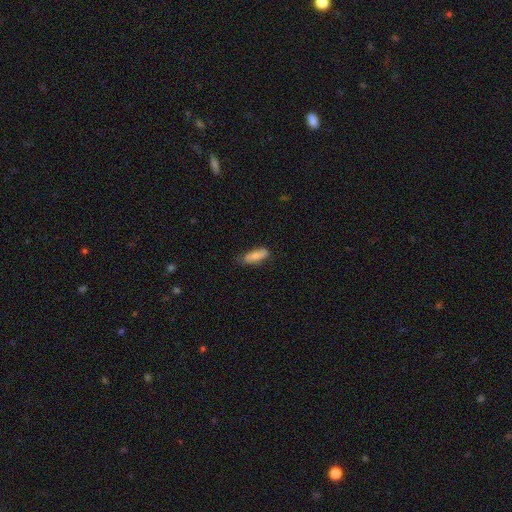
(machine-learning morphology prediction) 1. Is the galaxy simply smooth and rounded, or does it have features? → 74% smooth, 20% featured or disk, 6% star or artifact.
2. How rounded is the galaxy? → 65% in between, 32% cigar-shaped, 2% round.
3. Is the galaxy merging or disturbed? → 71% none, 23% minor disturbance, 4% major disturbance, 2% merger.